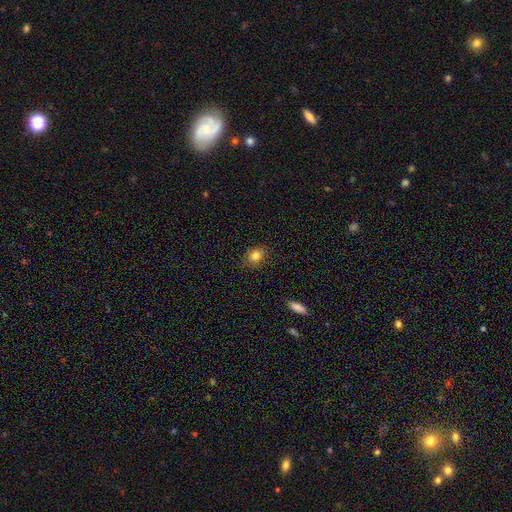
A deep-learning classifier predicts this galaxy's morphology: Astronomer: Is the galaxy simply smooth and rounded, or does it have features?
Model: smooth — 82%.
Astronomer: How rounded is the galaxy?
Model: round — 50% (runner-up: in between, 49%).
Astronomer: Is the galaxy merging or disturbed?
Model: none — 85%.